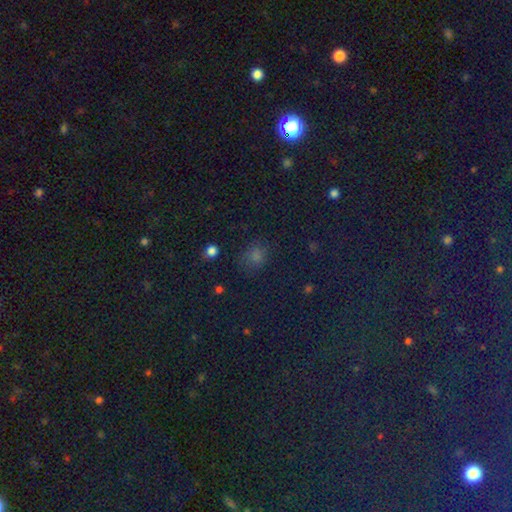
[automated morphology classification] type=smooth (64%); roundness=round (69%); merging=none (77%).